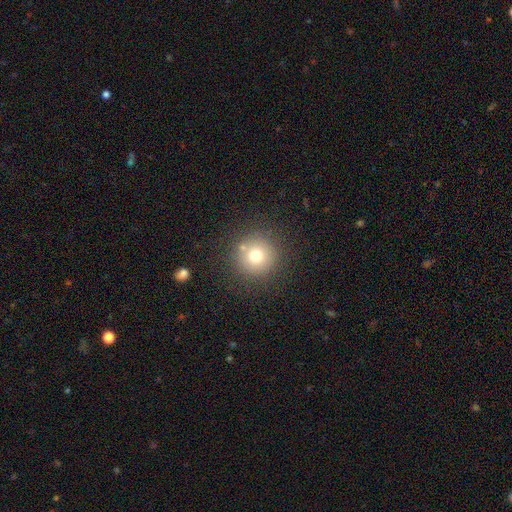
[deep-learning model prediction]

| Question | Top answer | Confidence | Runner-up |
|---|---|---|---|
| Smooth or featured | smooth | 74% | star or artifact (15%) |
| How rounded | round | 95% | in between (4%) |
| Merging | none | 83% | minor disturbance (8%) |